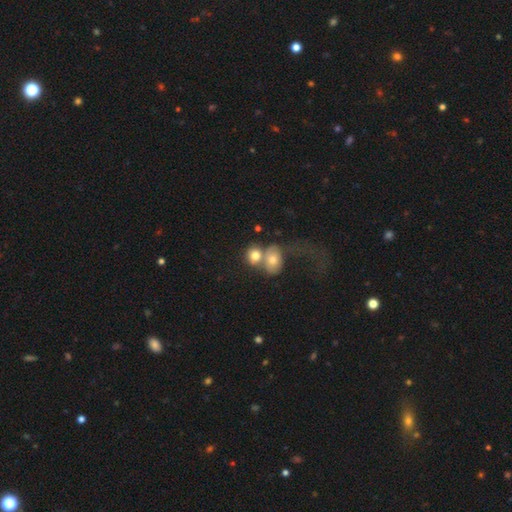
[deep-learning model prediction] Smooth or featured: smooth — 70% (featured or disk — 20%)
How rounded: round — 59% (in between — 40%)
Merging: merger — 65% (none — 20%)